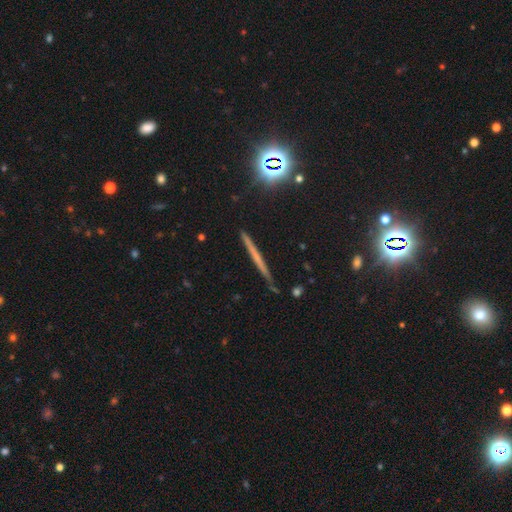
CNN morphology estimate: smooth_or_featured: featured or disk (p=0.45) [alt: smooth p=0.35]
merging: none (p=0.87) [alt: minor disturbance p=0.09]